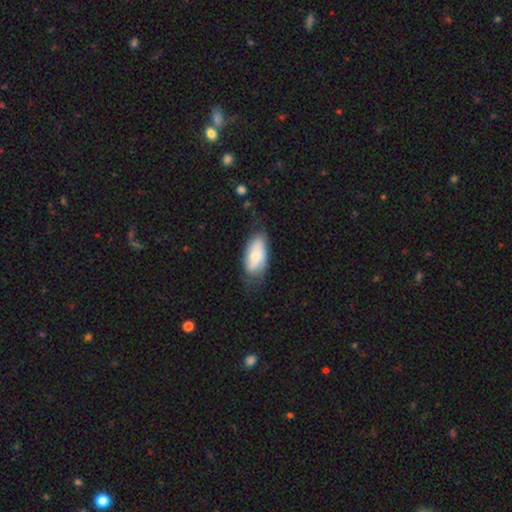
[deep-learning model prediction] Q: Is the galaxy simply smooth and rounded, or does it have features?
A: smooth — 62%.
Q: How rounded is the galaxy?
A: in between — 89%.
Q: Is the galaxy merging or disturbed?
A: none — 60%.